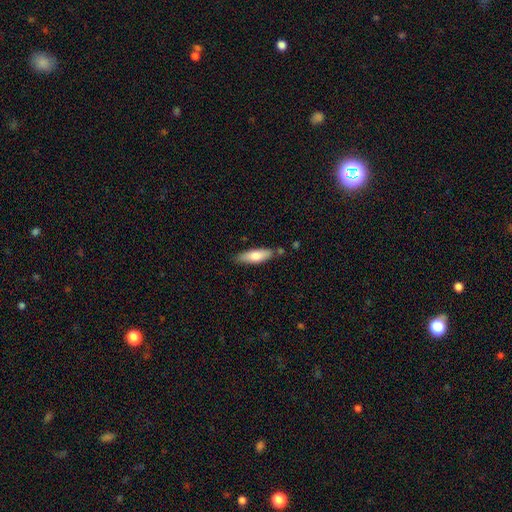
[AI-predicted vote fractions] smooth 74%, featured or disk 20%, star or artifact 6%. Down the decision tree: how rounded — in between (50%); merging — none (76%).